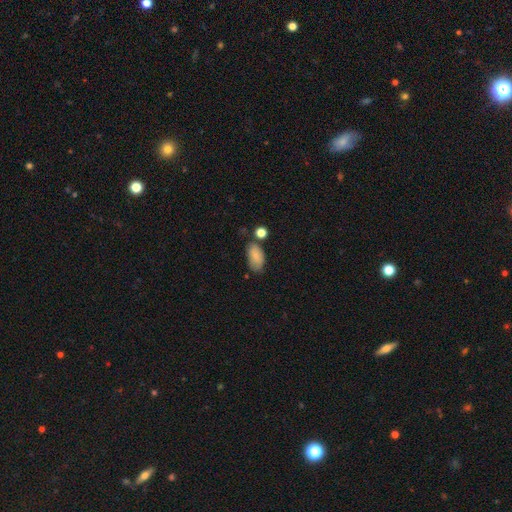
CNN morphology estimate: Smooth or featured? Predicted: smooth (p=0.84). How rounded? Predicted: in between (p=0.93). Merging? Predicted: none (p=0.63).